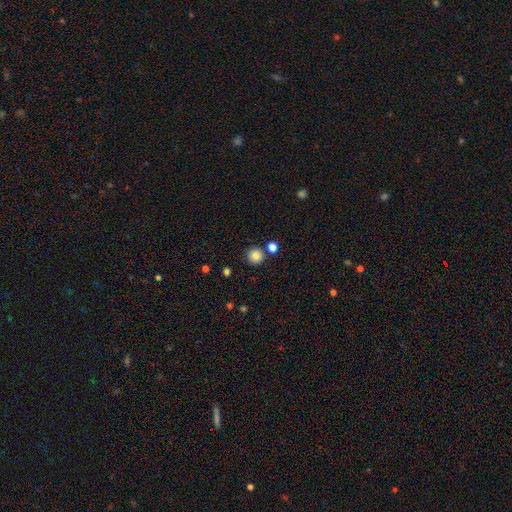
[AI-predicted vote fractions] smooth 82%, star or artifact 11%, featured or disk 6%. Down the decision tree: how rounded — round (94%); merging — none (82%).